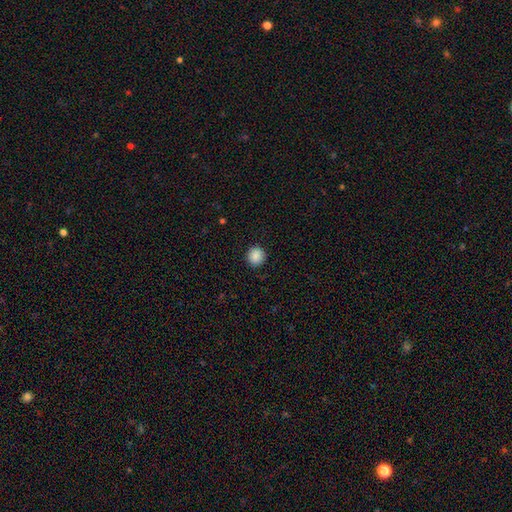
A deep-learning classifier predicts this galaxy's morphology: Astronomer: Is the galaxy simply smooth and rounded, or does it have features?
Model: smooth — 88%.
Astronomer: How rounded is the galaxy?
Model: round — 92%.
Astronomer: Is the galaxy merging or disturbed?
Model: none — 91%.